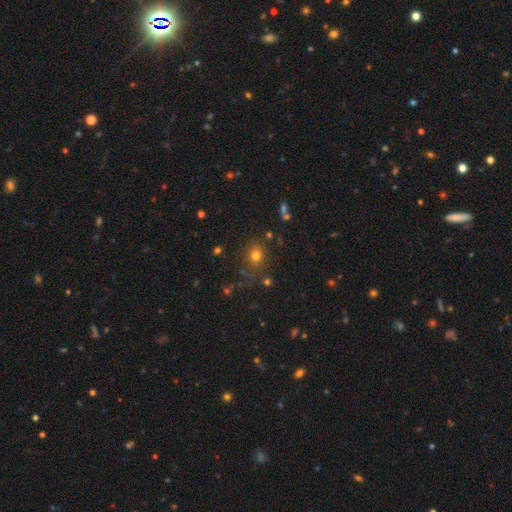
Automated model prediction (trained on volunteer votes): Overall: smooth (73%). How rounded: round (76%). Merging: none (77%).